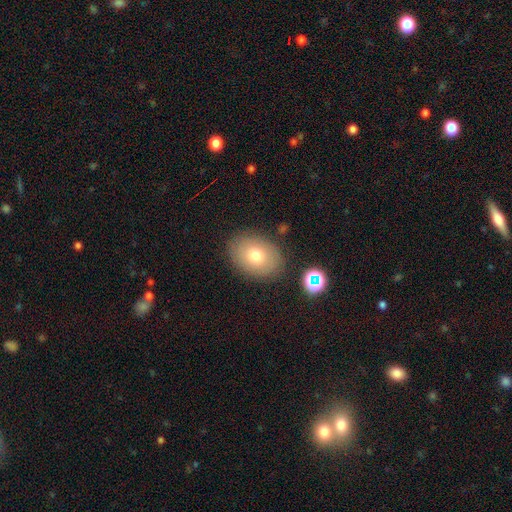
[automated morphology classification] Smooth or featured: smooth — 73% (featured or disk — 17%)
How rounded: in between — 68% (round — 31%)
Merging: none — 83% (minor disturbance — 11%)